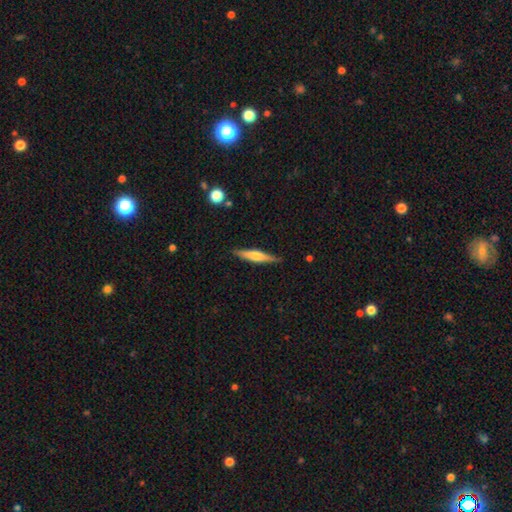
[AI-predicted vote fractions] Smooth or featured? featured or disk (48%)
Merging? none (87%)